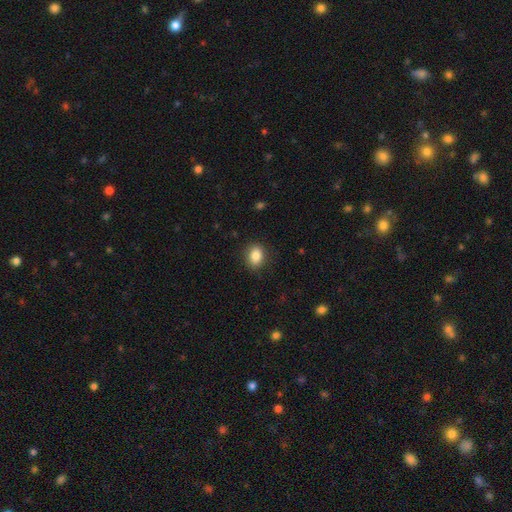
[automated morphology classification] Smooth or featured: smooth — 85% (star or artifact — 9%)
How rounded: in between — 57% (round — 42%)
Merging: none — 87% (minor disturbance — 9%)